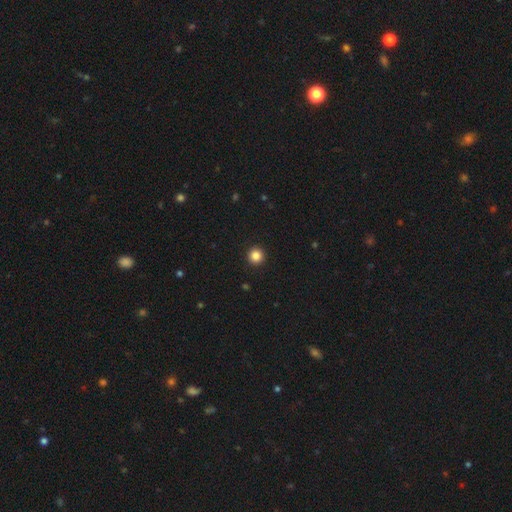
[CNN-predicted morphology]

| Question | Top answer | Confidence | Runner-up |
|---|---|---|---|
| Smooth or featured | smooth | 86% | star or artifact (11%) |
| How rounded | round | 96% | in between (3%) |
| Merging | none | 94% | minor disturbance (4%) |